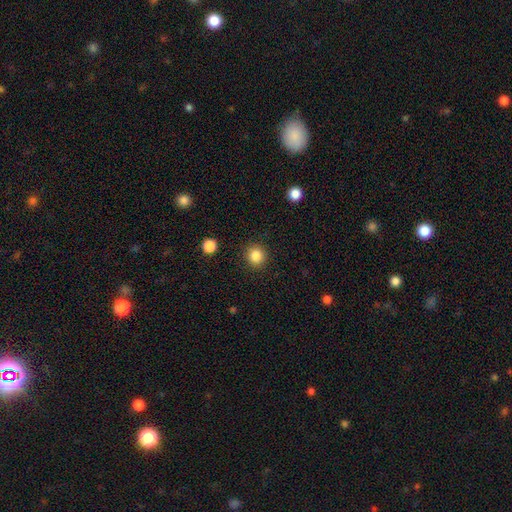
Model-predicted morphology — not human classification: The model was most divided on "smooth or featured": smooth: 85%, star or artifact: 11%, featured or disk: 4%. More confident: how rounded — round (92%); merging — none (91%).